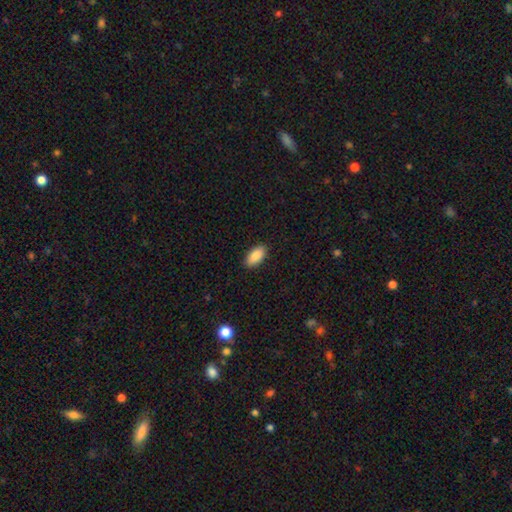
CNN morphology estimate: smooth-or-featured: smooth: 89% | star or artifact: 7% | featured or disk: 5%
  how-rounded: in between: 92% | cigar-shaped: 6% | round: 2%
  merging: none: 89% | minor disturbance: 8% | major disturbance: 2% | merger: 1%